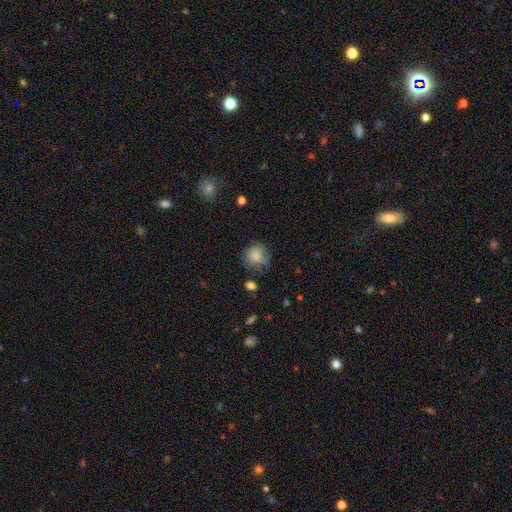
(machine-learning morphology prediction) A smooth galaxy with no disk features (70%) that is round (80%). Merging: none (61%).